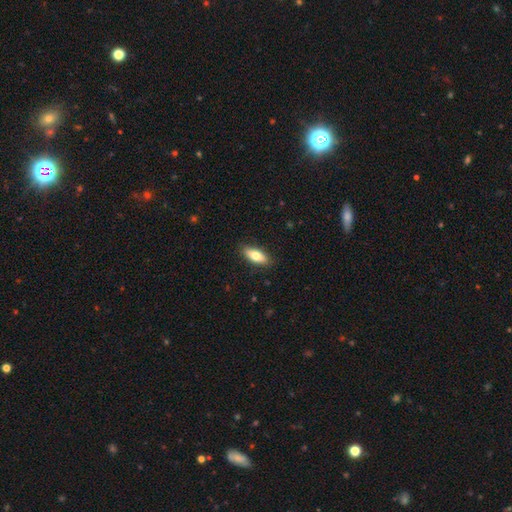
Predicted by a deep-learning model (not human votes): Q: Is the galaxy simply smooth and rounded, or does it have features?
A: smooth — 75%.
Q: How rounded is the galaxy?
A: in between — 75%.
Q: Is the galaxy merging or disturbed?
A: none — 88%.